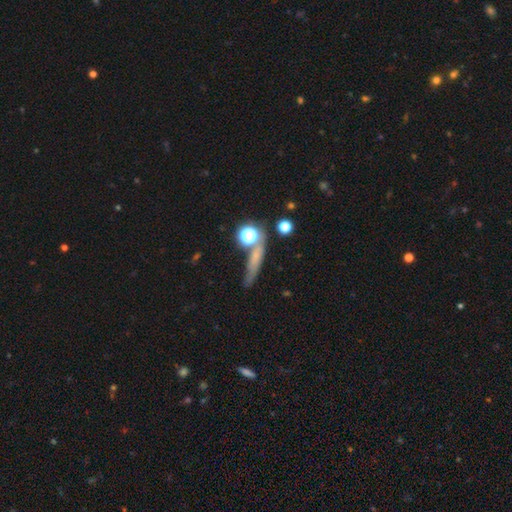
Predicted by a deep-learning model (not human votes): A smooth galaxy with no disk features (54%) that is cigar-shaped (64%). Merging: none (64%).